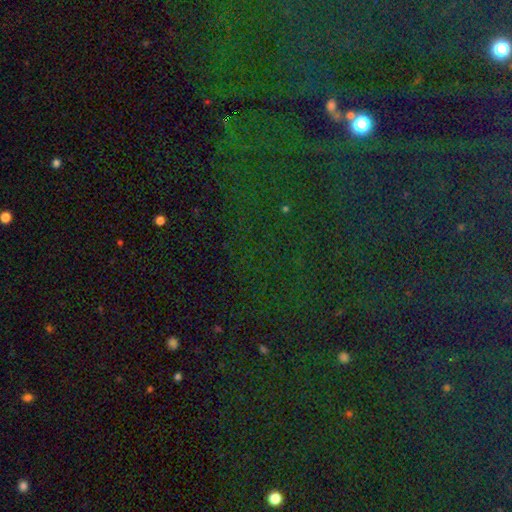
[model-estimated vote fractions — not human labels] This appears to be a star or artifact, not a galaxy (82%).